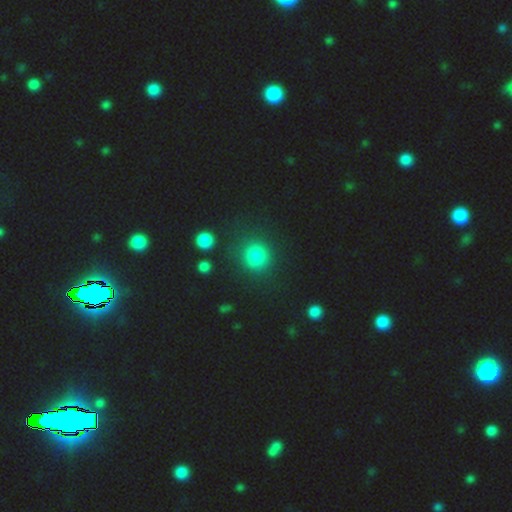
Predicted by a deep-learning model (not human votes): A smooth galaxy with no disk features (80%) that is round (89%).

Vote fractions:
- Smooth or featured? smooth: 80% / star or artifact: 15% / featured or disk: 5%
- How rounded? round: 89% / in between: 10% / cigar-shaped: 1%
- Merging? none: 83% / minor disturbance: 9% / major disturbance: 5% / merger: 4%